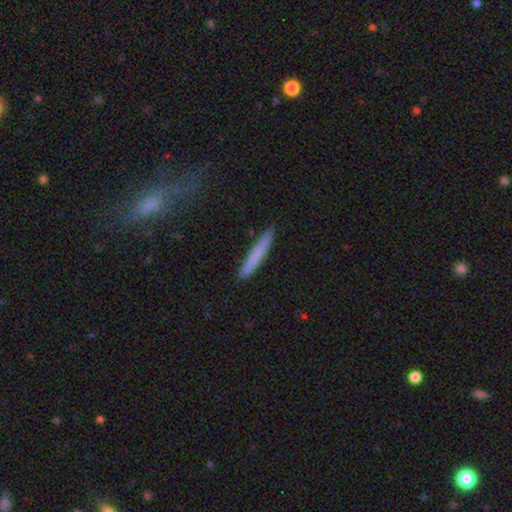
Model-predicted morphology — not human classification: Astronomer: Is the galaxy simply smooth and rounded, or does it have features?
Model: smooth — 73%.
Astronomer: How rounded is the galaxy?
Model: cigar-shaped — 96%.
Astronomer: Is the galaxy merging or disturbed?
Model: none — 89%.